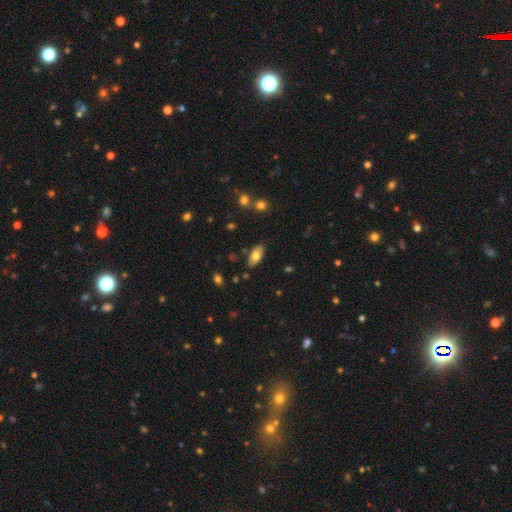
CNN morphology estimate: Smooth or featured? Predicted: smooth (p=0.74). How rounded? Predicted: in between (p=0.87). Merging? Predicted: none (p=0.83).